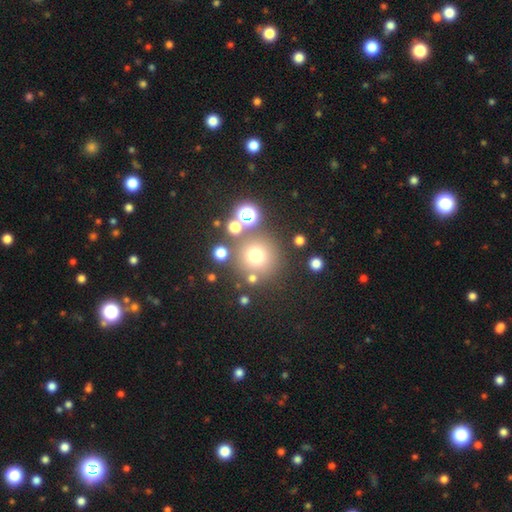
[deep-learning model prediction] Smooth or featured?
  - smooth: 69% *
  - star or artifact: 21%
  - featured or disk: 10%
How rounded?
  - round: 94% *
  - in between: 5%
  - cigar-shaped: 1%
Merging?
  - none: 77% *
  - merger: 10%
  - minor disturbance: 9%
  - major disturbance: 5%